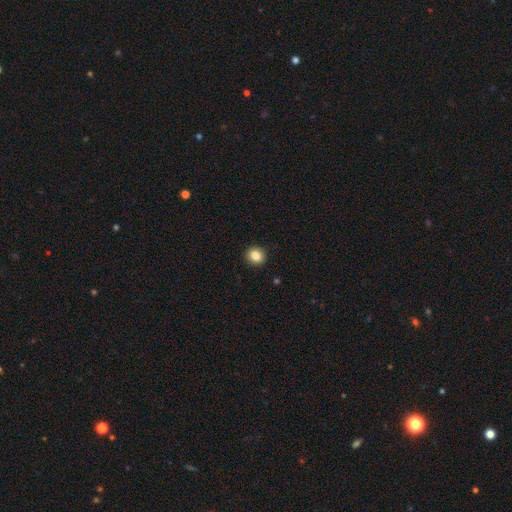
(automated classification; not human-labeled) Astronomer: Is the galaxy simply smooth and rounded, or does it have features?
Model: smooth — 84%.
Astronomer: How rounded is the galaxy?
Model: round — 85%.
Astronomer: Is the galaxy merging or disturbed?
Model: none — 92%.